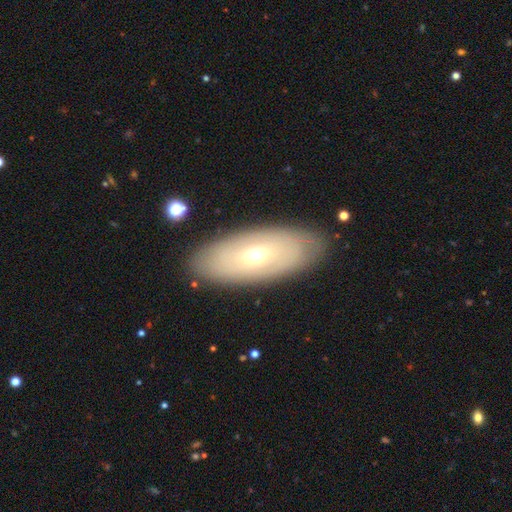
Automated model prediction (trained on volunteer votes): Overall: featured or disk (50%; smooth 42%). Edge-on disk: no (80%). Merging: none (86%).